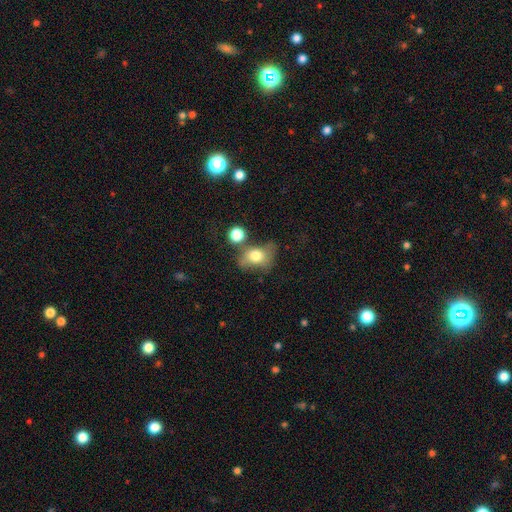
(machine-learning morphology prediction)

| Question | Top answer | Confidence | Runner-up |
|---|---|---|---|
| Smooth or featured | smooth | 70% | featured or disk (20%) |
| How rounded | in between | 66% | round (33%) |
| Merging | none | 38% | minor disturbance (25%) |